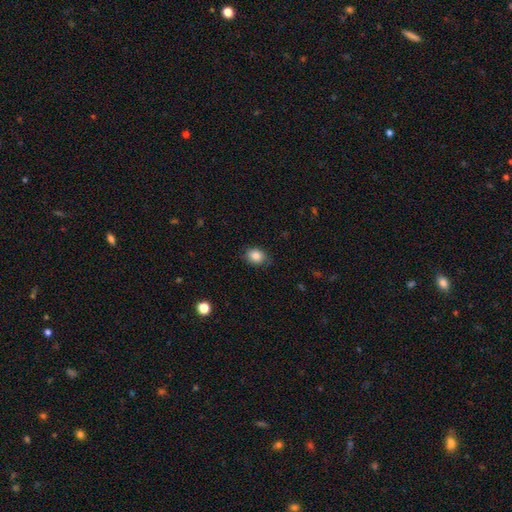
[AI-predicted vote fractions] smooth_or_featured: smooth (p=0.86) [alt: star or artifact p=0.09]
how_rounded: in between (p=0.56) [alt: round p=0.43]
merging: none (p=0.78) [alt: minor disturbance p=0.17]